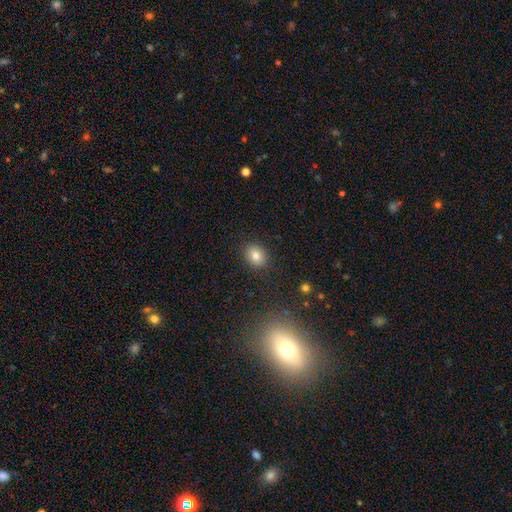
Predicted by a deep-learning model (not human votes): Smooth or featured?
  - smooth: 80% *
  - star or artifact: 11%
  - featured or disk: 9%
How rounded?
  - round: 51% *
  - in between: 48%
  - cigar-shaped: 1%
Merging?
  - none: 88% *
  - minor disturbance: 8%
  - major disturbance: 2%
  - merger: 1%